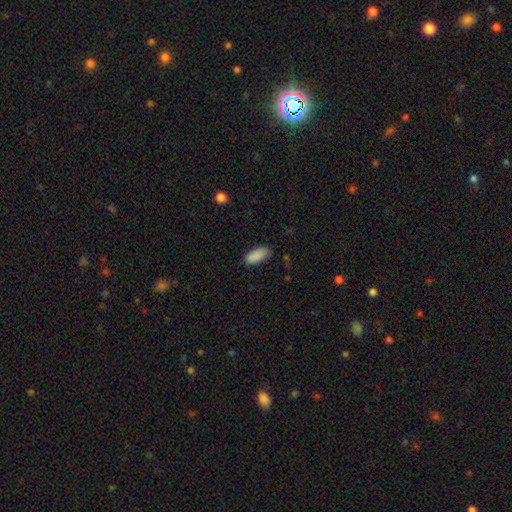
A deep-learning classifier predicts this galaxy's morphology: A smooth galaxy with no disk features (88%) that is in between round and cigar-shaped (90%).

Vote fractions:
- Smooth or featured? smooth: 88% / star or artifact: 7% / featured or disk: 4%
- How rounded? in between: 90% / cigar-shaped: 8% / round: 2%
- Merging? none: 75% / minor disturbance: 20% / major disturbance: 4% / merger: 2%